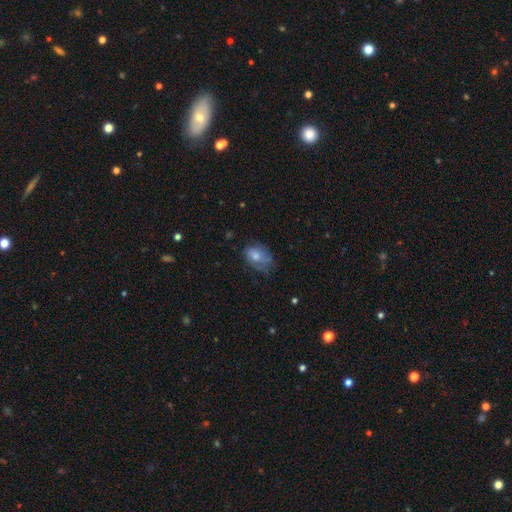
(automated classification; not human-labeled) This is possibly a smooth galaxy (60%). How rounded: likely in between (77%). Merging: possibly none (53%).